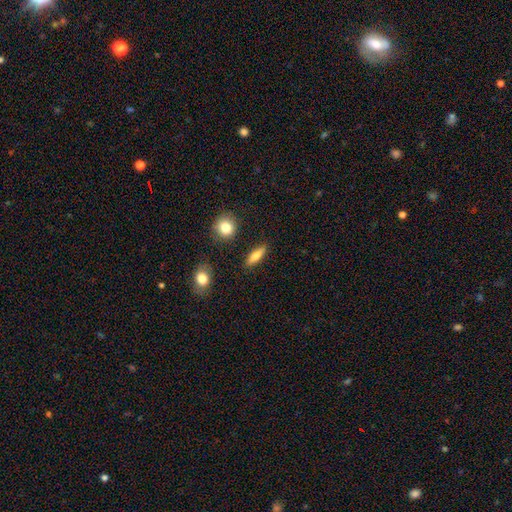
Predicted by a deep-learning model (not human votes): smooth-or-featured: smooth: 72% | featured or disk: 21% | star or artifact: 7%
  how-rounded: cigar-shaped: 47% (tied) | in between: 47% (tied) | round: 6%
  merging: none: 87% | minor disturbance: 9% | merger: 2% | major disturbance: 2%